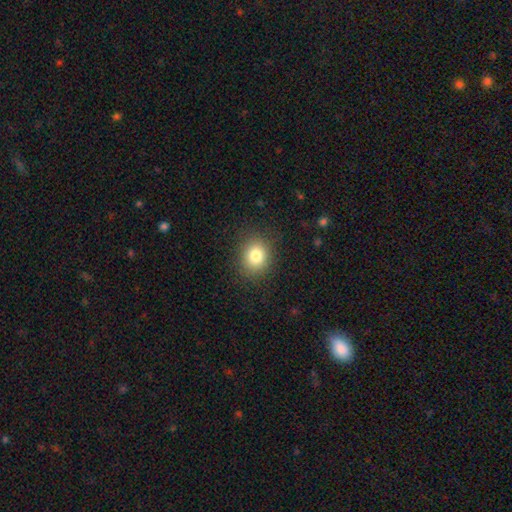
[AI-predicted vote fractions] Smooth or featured: smooth — 82% (star or artifact — 11%)
How rounded: round — 64% (in between — 36%)
Merging: none — 86% (minor disturbance — 9%)